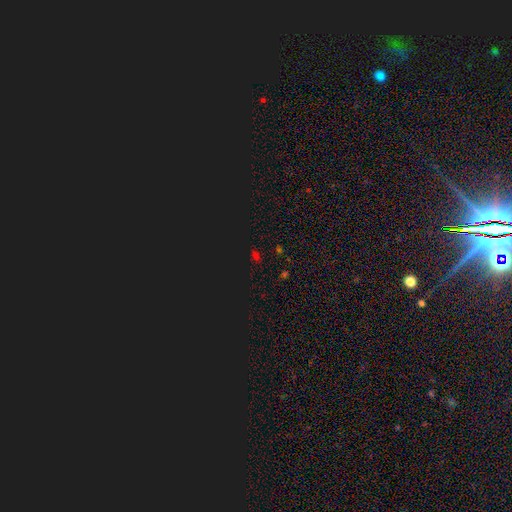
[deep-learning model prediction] The model was most divided on "smooth or featured": star or artifact: 60%, smooth: 33%, featured or disk: 7%.